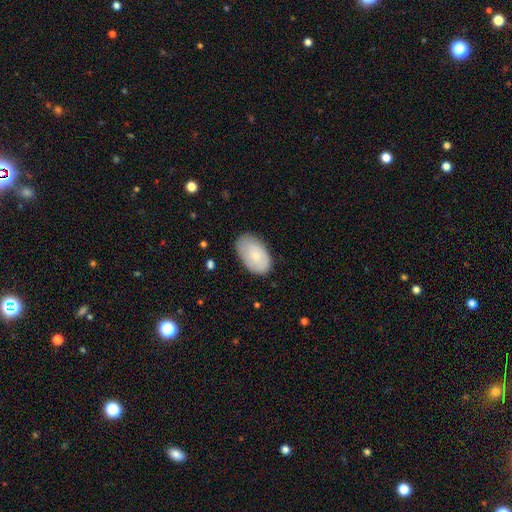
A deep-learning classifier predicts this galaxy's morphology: The model was most divided on "merging": none: 75%, minor disturbance: 20%, major disturbance: 4%, merger: 1%. More confident: how rounded — in between (94%); smooth or featured — smooth (74%).